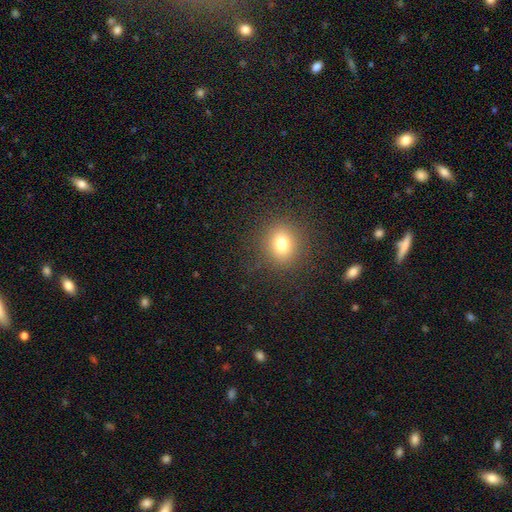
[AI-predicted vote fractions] smooth_or_featured: smooth (p=0.69) [alt: star or artifact p=0.23]
how_rounded: round (p=0.86) [alt: in between p=0.12]
merging: none (p=0.92) [alt: minor disturbance p=0.05]